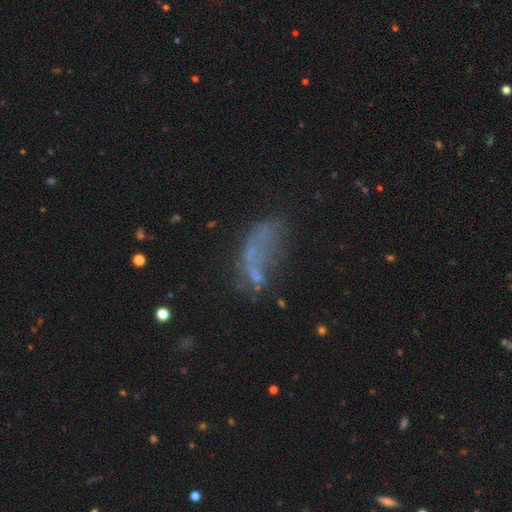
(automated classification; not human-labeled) smooth-or-featured: smooth: 41% | featured or disk: 37% | star or artifact: 22%
  merging: none: 33% | major disturbance: 30% | minor disturbance: 19% | merger: 18%